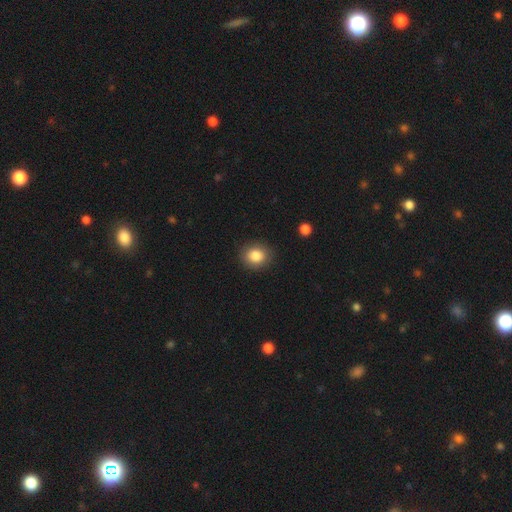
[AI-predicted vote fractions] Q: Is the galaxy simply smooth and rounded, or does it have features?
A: smooth — 84%.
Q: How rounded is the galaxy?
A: round — 71%.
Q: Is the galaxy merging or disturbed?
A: none — 88%.